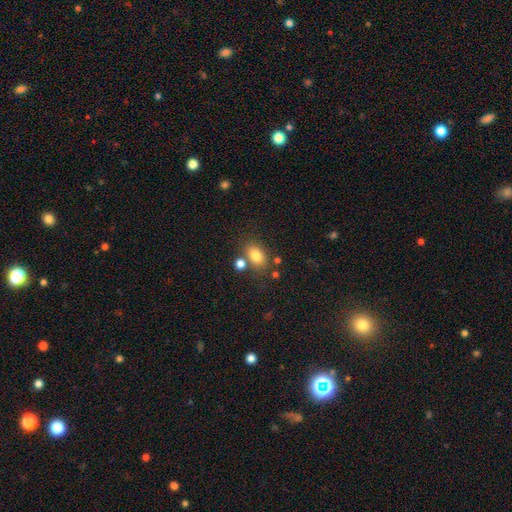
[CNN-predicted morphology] The model was most divided on "how rounded": in between: 73%, round: 25%, cigar-shaped: 1%. More confident: smooth or featured — smooth (80%); merging — none (67%).